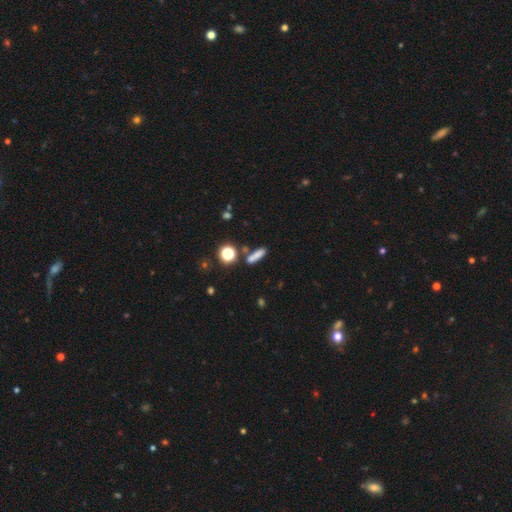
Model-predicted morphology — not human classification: A smooth galaxy with no disk features (73%) that is cigar-shaped (59%).

Vote fractions:
- Smooth or featured? smooth: 73% / star or artifact: 15% / featured or disk: 12%
- How rounded? cigar-shaped: 59% / in between: 29% / round: 12%
- Merging? none: 67% / merger: 15% / minor disturbance: 13% / major disturbance: 5%